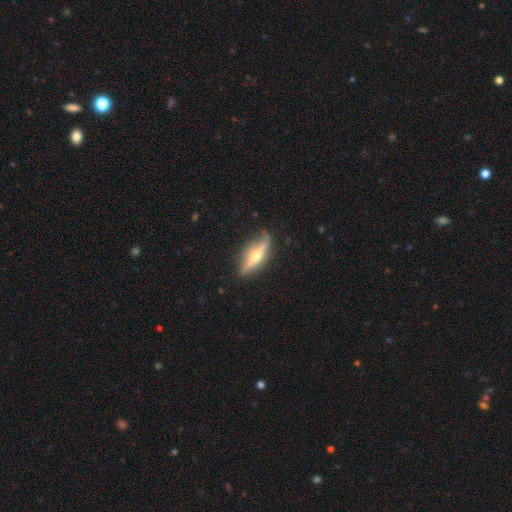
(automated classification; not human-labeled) featured or disk 71%, smooth 23%, star or artifact 5%. Down the decision tree: edge-on disk — yes (89%); edge-on bulge — rounded (93%); merging — none (81%).